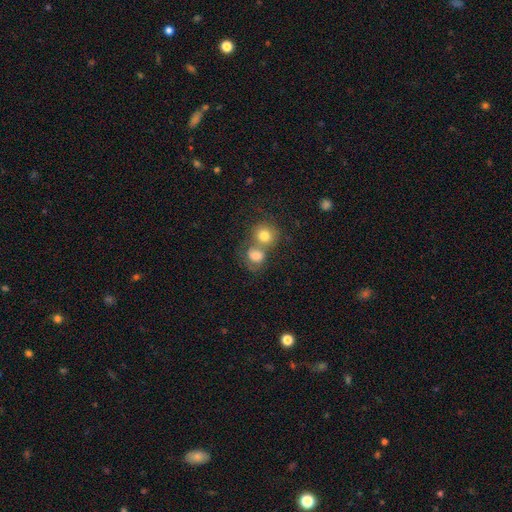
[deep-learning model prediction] Q: Smooth or featured?
A: smooth (72%); runner-up: featured or disk (18%)
Q: How rounded?
A: round (65%); runner-up: in between (34%)
Q: Merging?
A: merger (61%); runner-up: none (25%)